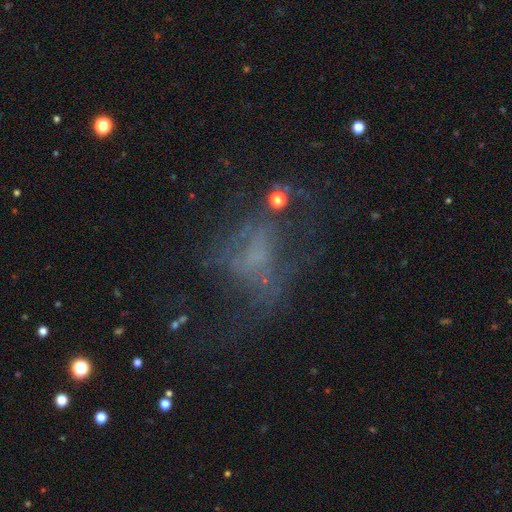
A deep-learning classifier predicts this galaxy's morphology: Q: Smooth or featured?
A: featured or disk (46%); runner-up: star or artifact (29%)
Q: Merging?
A: major disturbance (39%); runner-up: none (38%)